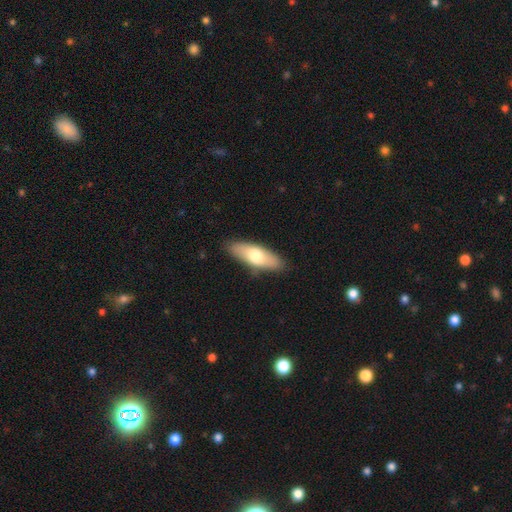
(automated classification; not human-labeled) Overall: smooth (67%). How rounded: in between (62%; cigar-shaped 36%). Merging: none (85%).